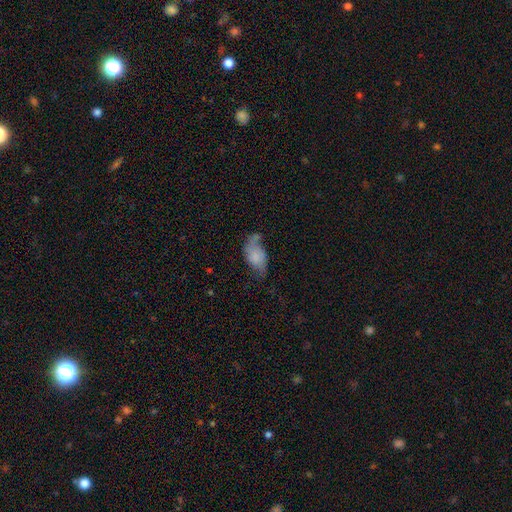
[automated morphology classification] This appears to be a smooth galaxy with no disk features (62%) that is in between round and cigar-shaped (92%). Merging: none (34%, tied with minor disturbance).